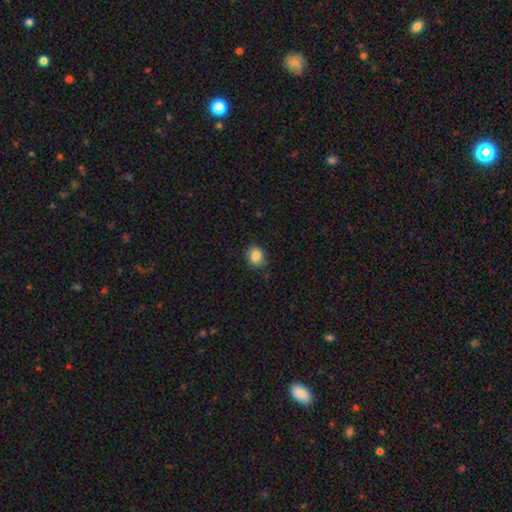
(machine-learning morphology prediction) Smooth or featured? Predicted: smooth (p=0.85). How rounded? Predicted: round (p=0.62). Merging? Predicted: none (p=0.81).